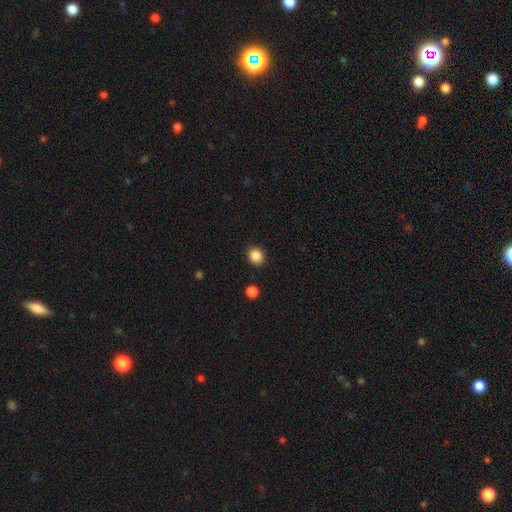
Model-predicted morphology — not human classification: Smooth or featured? Predicted: smooth (p=0.86). How rounded? Predicted: round (p=0.80). Merging? Predicted: none (p=0.90).